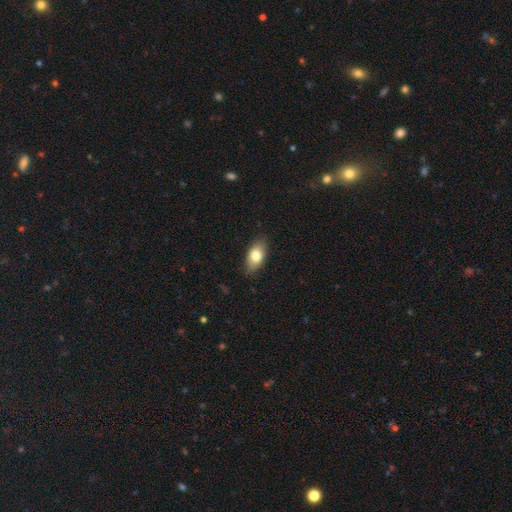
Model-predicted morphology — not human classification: type=smooth (78%); roundness=in between (89%); merging=none (84%).